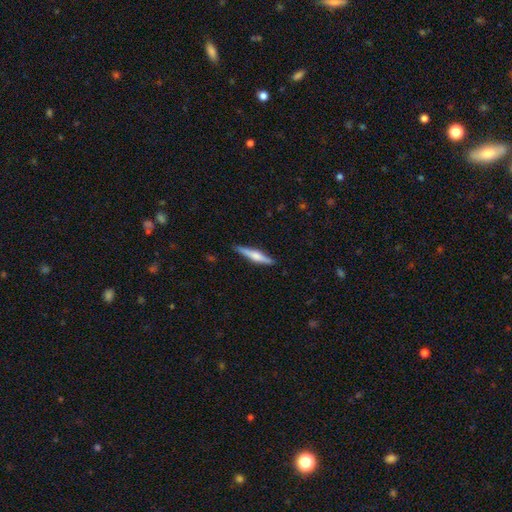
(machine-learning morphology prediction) Smooth or featured: featured or disk — 54% (smooth — 41%)
Edge-on disk: yes — 97% (no — 3%)
Edge-on bulge: rounded — 76% (boxy — 14%)
Merging: none — 89% (minor disturbance — 8%)